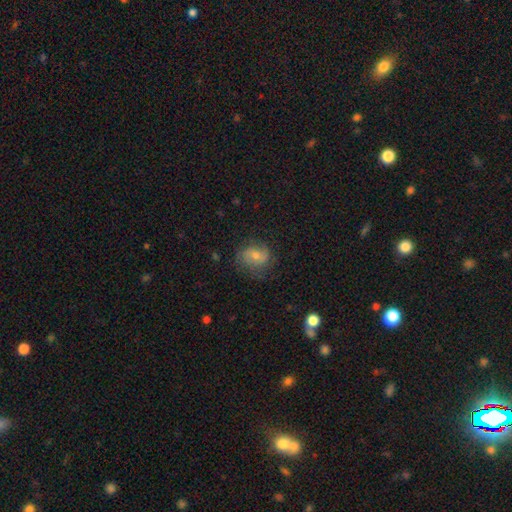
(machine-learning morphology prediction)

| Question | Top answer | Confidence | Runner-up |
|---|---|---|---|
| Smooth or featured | featured or disk | 48% | smooth (40%) |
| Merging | none | 68% | minor disturbance (21%) |